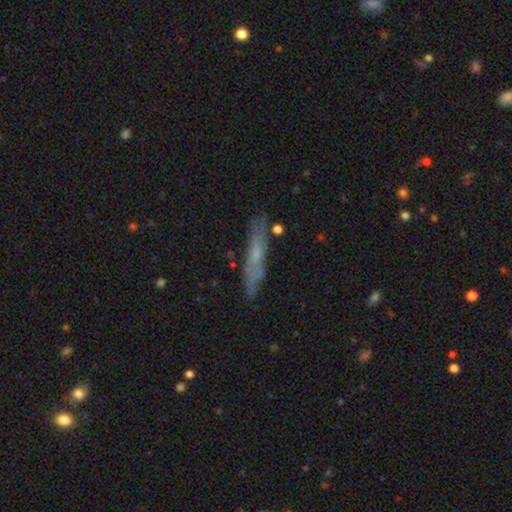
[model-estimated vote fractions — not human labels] Smooth or featured? Predicted: smooth (p=0.49). Merging? Predicted: none (p=0.81).